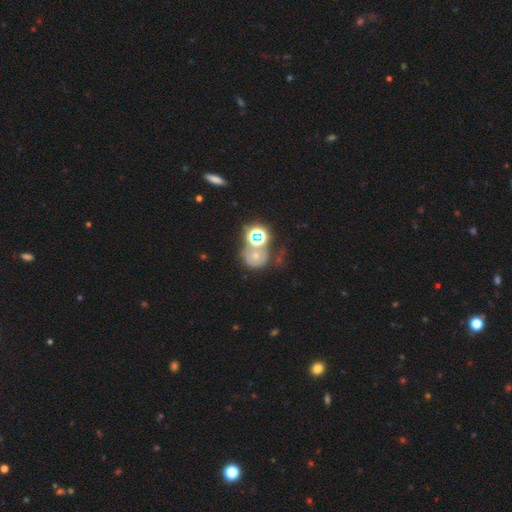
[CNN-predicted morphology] smooth 45%, star or artifact 33%, featured or disk 22%. Down the decision tree: merging — none (39%).